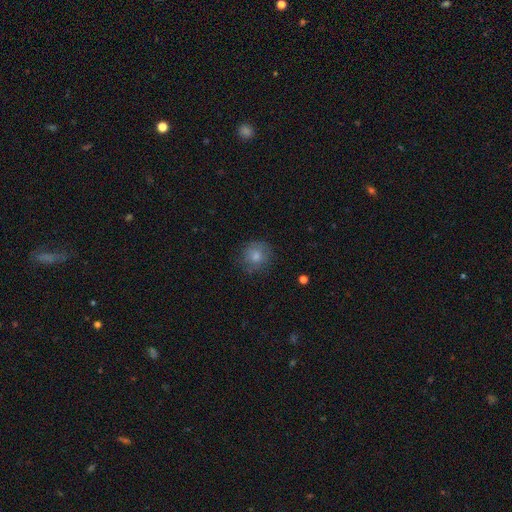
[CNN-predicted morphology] Smooth or featured?
  - smooth: 79% *
  - featured or disk: 11%
  - star or artifact: 10%
How rounded?
  - round: 87% *
  - in between: 12%
  - cigar-shaped: 1%
Merging?
  - none: 78% *
  - minor disturbance: 15%
  - major disturbance: 5%
  - merger: 1%